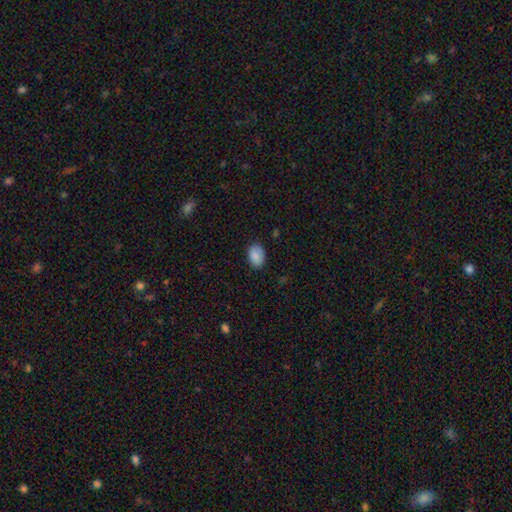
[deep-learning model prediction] The model was most divided on "merging": none: 81%, minor disturbance: 15%, major disturbance: 3%, merger: 1%. More confident: smooth or featured — smooth (87%); how rounded — in between (84%).